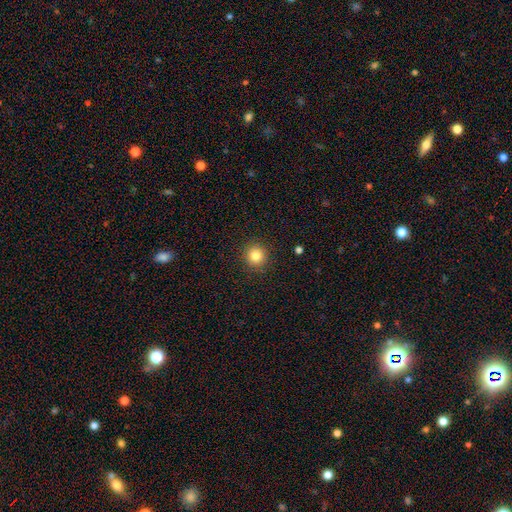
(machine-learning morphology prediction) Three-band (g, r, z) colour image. It shows a smooth galaxy with no disk features (83%) that is round (93%). Merging: none (91%).